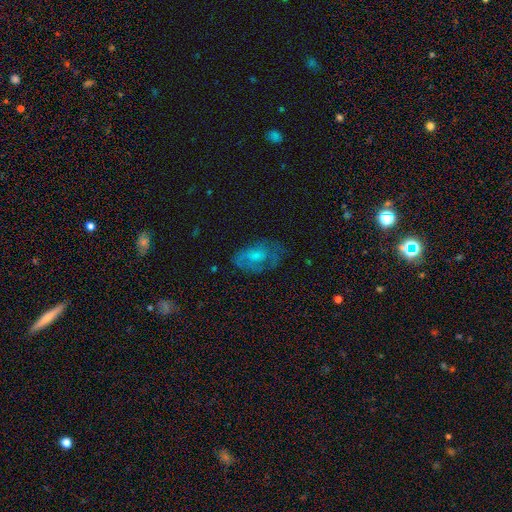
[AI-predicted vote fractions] Morphology: type=featured or disk (45%); merging=none (58%).